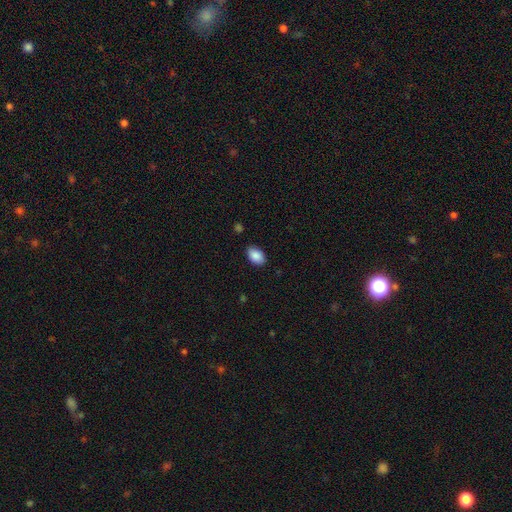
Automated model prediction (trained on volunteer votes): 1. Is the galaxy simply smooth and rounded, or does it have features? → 89% smooth, 7% star or artifact, 4% featured or disk.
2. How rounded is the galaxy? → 91% in between, 8% round, 1% cigar-shaped.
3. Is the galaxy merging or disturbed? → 85% none, 11% minor disturbance, 2% major disturbance, 1% merger.